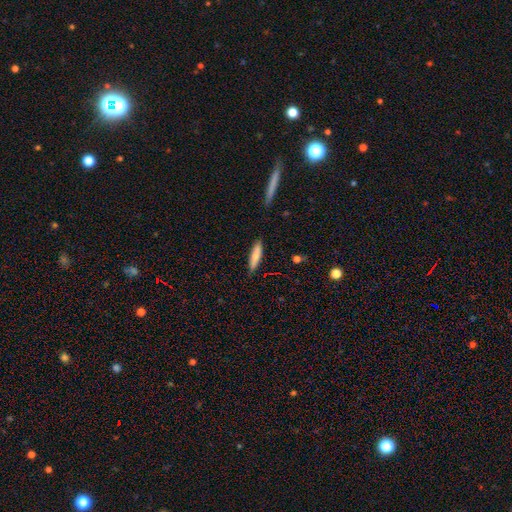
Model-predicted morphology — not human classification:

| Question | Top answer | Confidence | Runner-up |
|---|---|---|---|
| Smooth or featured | smooth | 82% | featured or disk (12%) |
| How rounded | cigar-shaped | 75% | in between (24%) |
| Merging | none | 86% | minor disturbance (10%) |